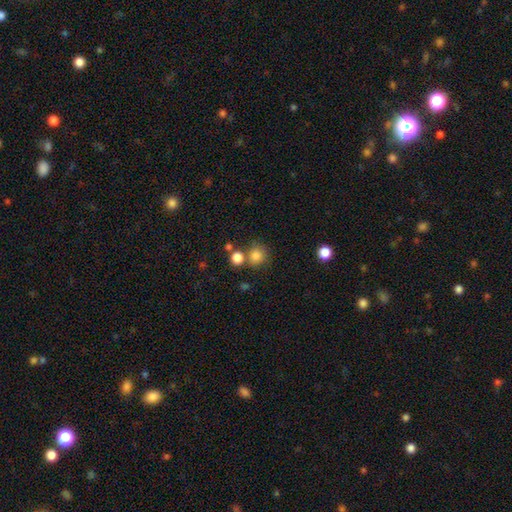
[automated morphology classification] smooth 81%, star or artifact 12%, featured or disk 6%. Down the decision tree: how rounded — round (88%); merging — none (66%).